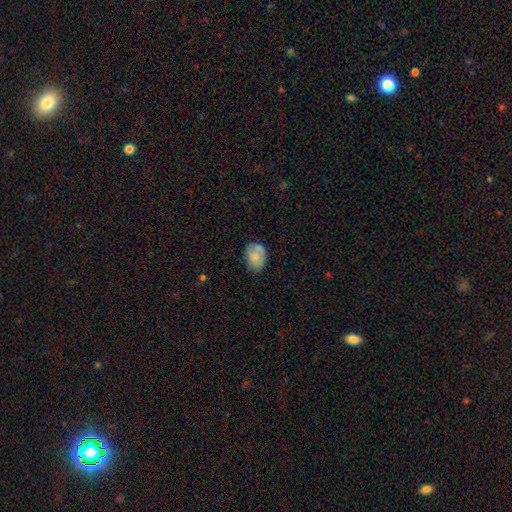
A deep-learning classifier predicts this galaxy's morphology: Smooth or featured: smooth — 72% (featured or disk — 21%)
How rounded: in between — 66% (round — 33%)
Merging: none — 63% (minor disturbance — 25%)